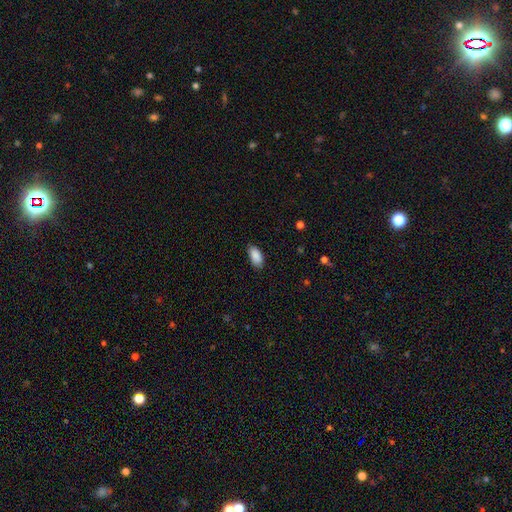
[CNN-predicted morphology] smooth 90%, star or artifact 7%, featured or disk 4%. Down the decision tree: how rounded — in between (93%); merging — none (82%).